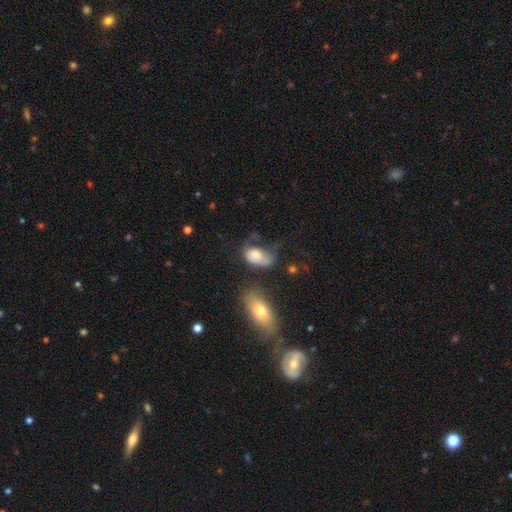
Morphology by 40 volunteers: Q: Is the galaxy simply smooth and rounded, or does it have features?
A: smooth — 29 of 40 (72%).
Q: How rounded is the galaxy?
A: in between — 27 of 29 (93%).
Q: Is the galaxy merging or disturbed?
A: minor disturbance — 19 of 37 (51%).